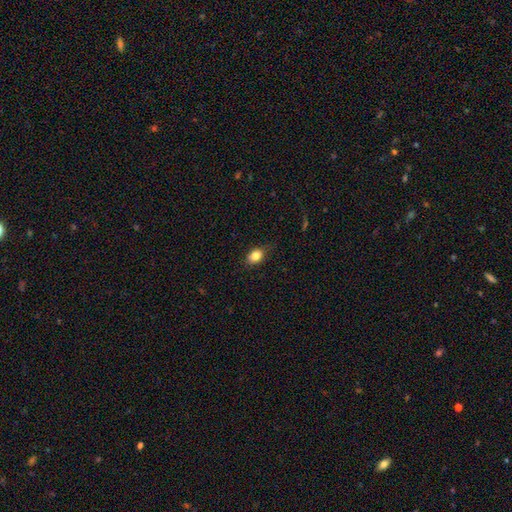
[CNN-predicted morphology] smooth 83%, star or artifact 9%, featured or disk 8%. Down the decision tree: how rounded — in between (73%); merging — none (77%).